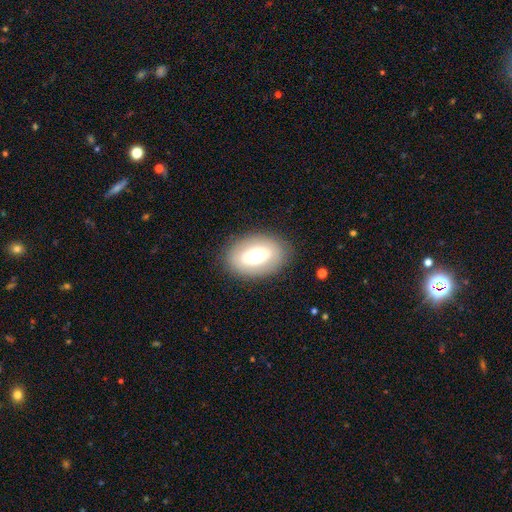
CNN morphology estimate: Smooth or featured?
  - smooth: 61% *
  - featured or disk: 31%
  - star or artifact: 8%
How rounded?
  - in between: 84% *
  - round: 15%
  - cigar-shaped: 1%
Merging?
  - none: 84% *
  - minor disturbance: 10%
  - major disturbance: 4%
  - merger: 1%